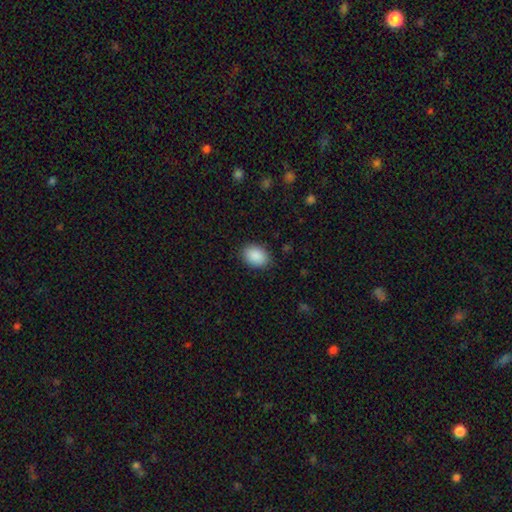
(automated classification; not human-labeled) Q: Smooth or featured?
A: smooth (90%); runner-up: star or artifact (7%)
Q: How rounded?
A: in between (76%); runner-up: round (23%)
Q: Merging?
A: none (87%); runner-up: minor disturbance (9%)